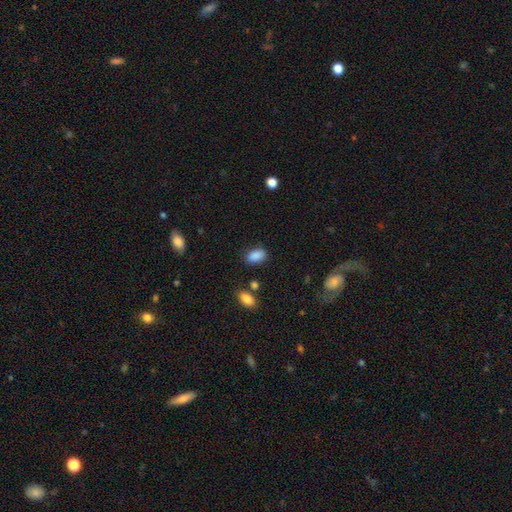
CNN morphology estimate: Smooth or featured: smooth — 88% (star or artifact — 8%)
How rounded: in between — 90% (round — 8%)
Merging: none — 79% (minor disturbance — 14%)